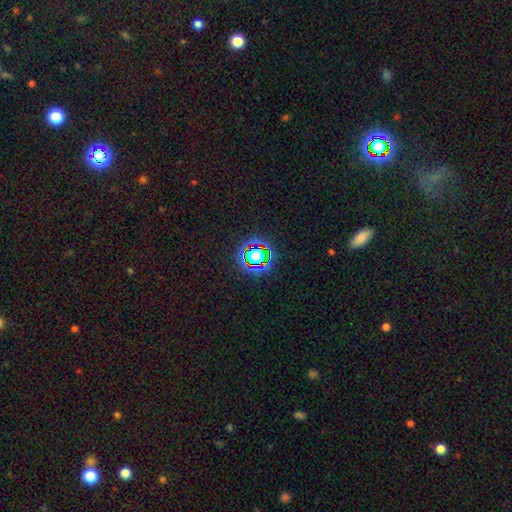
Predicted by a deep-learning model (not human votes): A star or artifact, not a galaxy (64%).